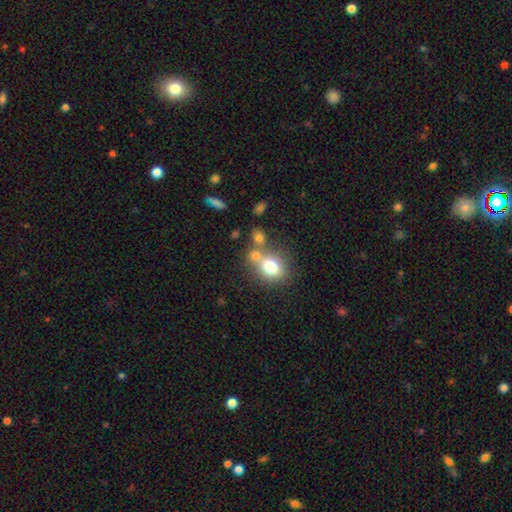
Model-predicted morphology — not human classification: A smooth galaxy with no disk features (73%) that is in between round and cigar-shaped (52%). Merging: none (45%).